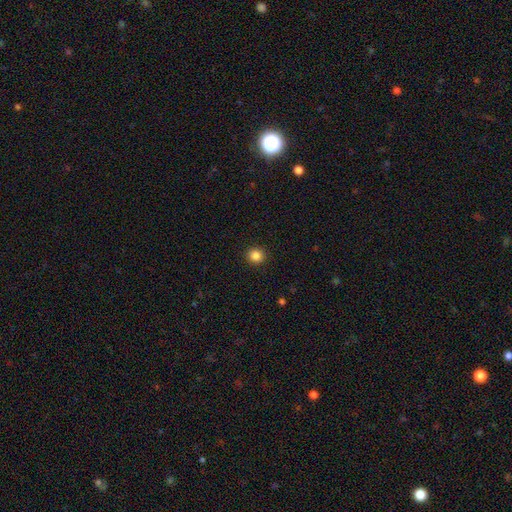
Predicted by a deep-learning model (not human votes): This appears to be a smooth galaxy with no disk features (85%) that is round (92%). Merging: none (93%).